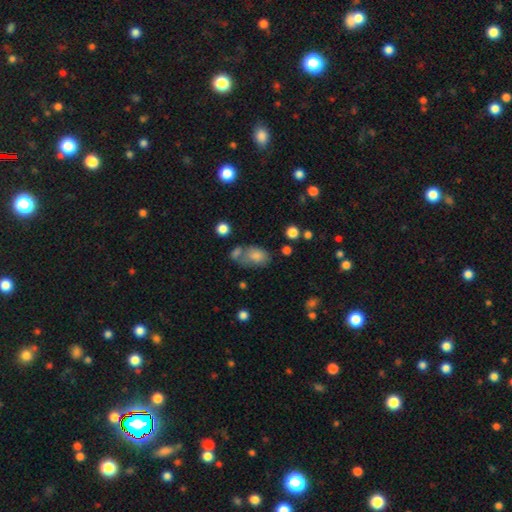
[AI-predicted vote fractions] smooth 80%, featured or disk 10%, star or artifact 10%. Down the decision tree: how rounded — in between (85%); merging — none (44%).